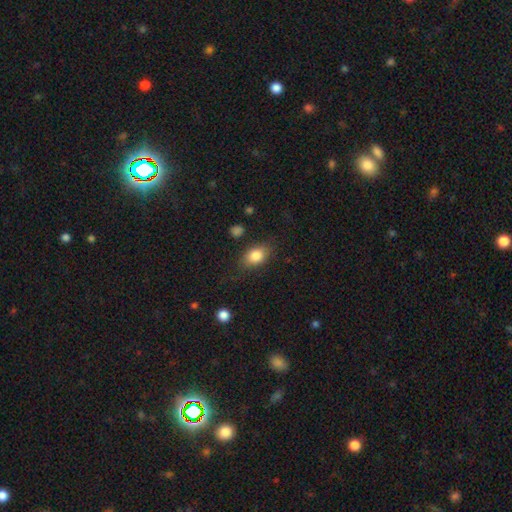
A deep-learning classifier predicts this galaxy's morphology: type=smooth (82%); roundness=in between (80%); merging=none (77%).